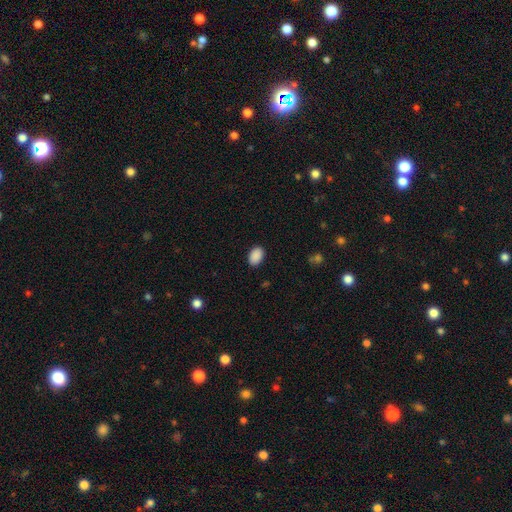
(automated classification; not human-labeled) Smooth or featured? smooth (90%)
How rounded? in between (86%)
Merging? none (88%)